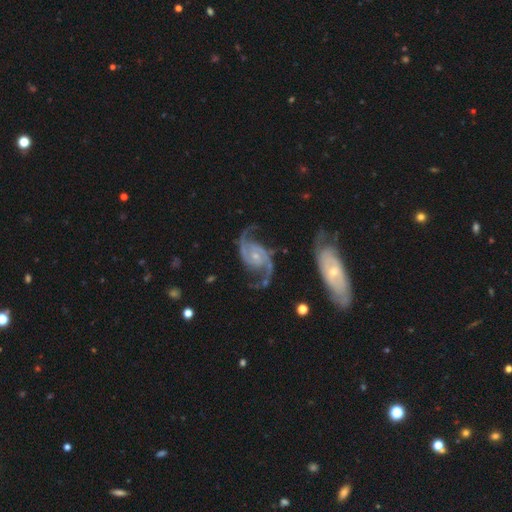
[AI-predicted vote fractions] smooth-or-featured: featured or disk: 93% | star or artifact: 4% | smooth: 3%
  disk-edge-on: no: 98% | yes: 2%
    bar: no: 65% | weak: 27% | strong: 8%
    has-spiral-arms: yes: 98% | no: 2%
      spiral-winding: medium: 52% | loose: 33% | tight: 15%
      spiral-arm-count: 2: 92% | 3: 2% | can't tell: 2% | 1: 1% | 4: 1% | more than 4: 1%
    bulge-size: small: 69% | moderate: 25% | none: 3% | large: 2% | dominant: 1%
  merging: none: 67% | minor disturbance: 17% | major disturbance: 11% | merger: 5%